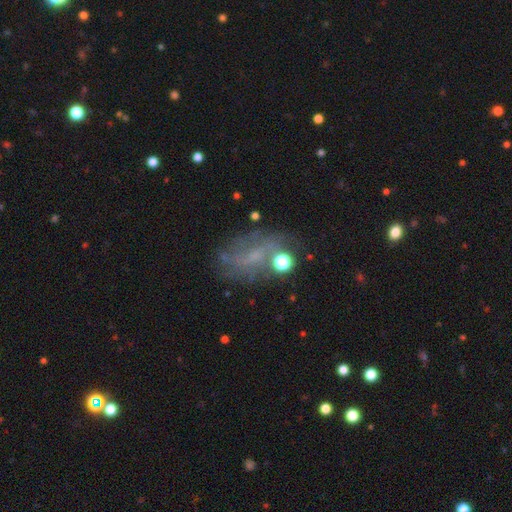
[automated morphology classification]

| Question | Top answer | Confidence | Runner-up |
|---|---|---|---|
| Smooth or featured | featured or disk | 47% | smooth (31%) |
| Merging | none | 53% | minor disturbance (21%) |